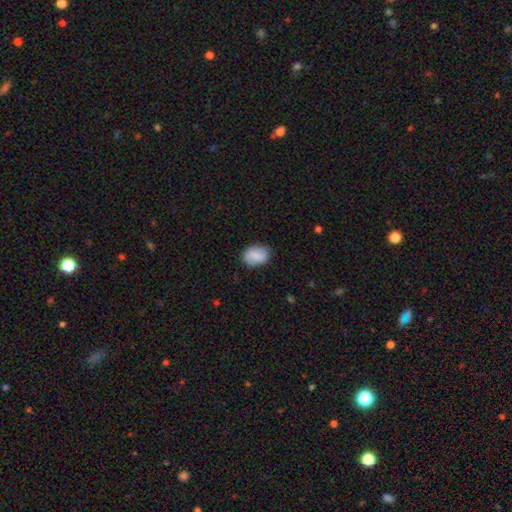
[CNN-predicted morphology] Smooth or featured? Predicted: smooth (p=0.79). How rounded? Predicted: in between (p=0.73). Merging? Predicted: none (p=0.81).